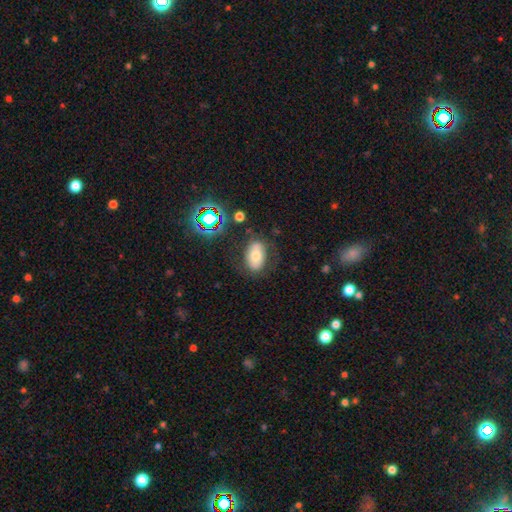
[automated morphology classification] Smooth or featured? smooth (65%)
How rounded? in between (87%)
Merging? none (73%)